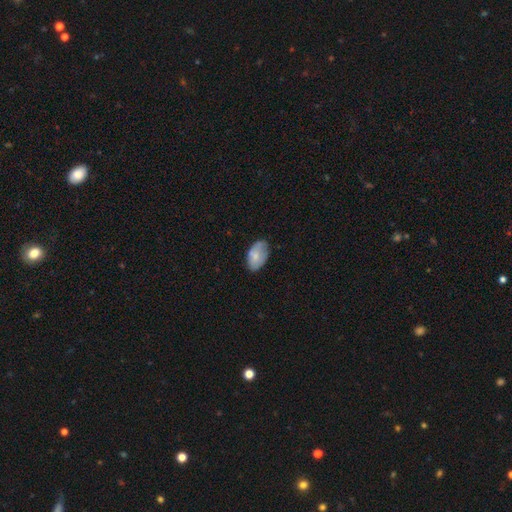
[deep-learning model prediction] Smooth or featured? smooth (71%)
How rounded? in between (93%)
Merging? none (65%)